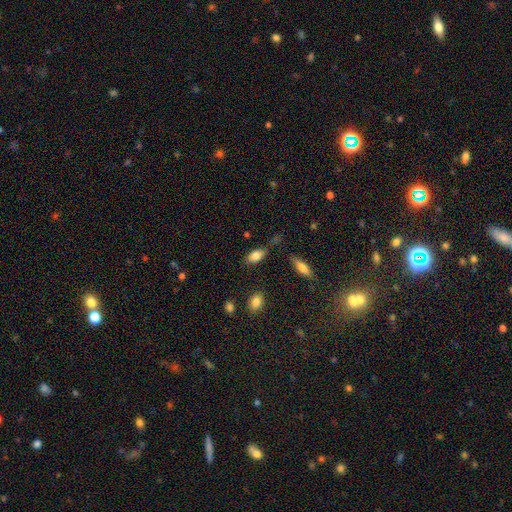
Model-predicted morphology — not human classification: The model was most divided on "merging": none: 73%, minor disturbance: 17%, merger: 5%, major disturbance: 5%. More confident: how rounded — in between (88%); smooth or featured — smooth (79%).